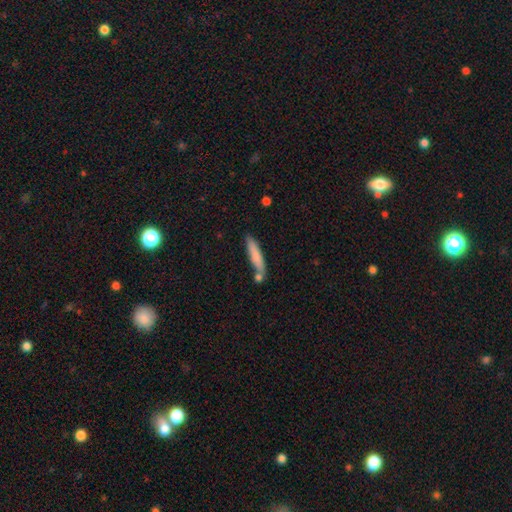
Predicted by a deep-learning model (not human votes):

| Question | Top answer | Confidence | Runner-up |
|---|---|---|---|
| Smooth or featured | smooth | 77% | featured or disk (17%) |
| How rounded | cigar-shaped | 88% | in between (11%) |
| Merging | none | 68% | minor disturbance (15%) |